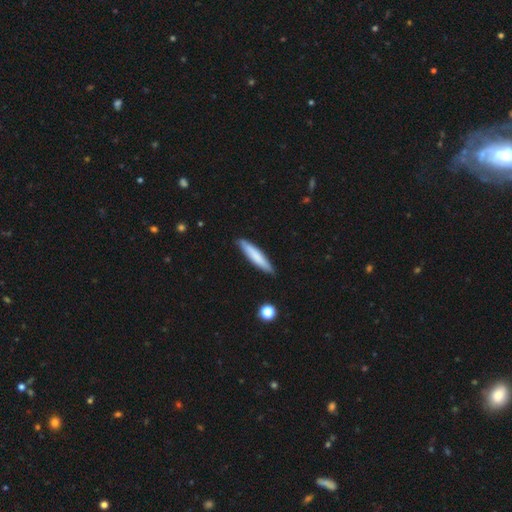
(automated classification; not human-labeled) The model was most divided on "smooth or featured": smooth: 74%, featured or disk: 21%, star or artifact: 6%. More confident: how rounded — cigar-shaped (89%); merging — none (86%).